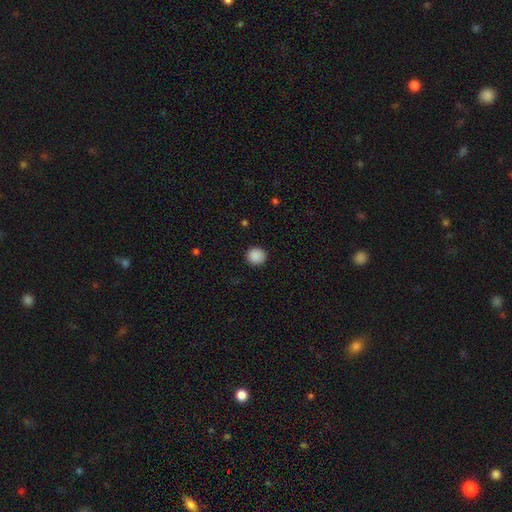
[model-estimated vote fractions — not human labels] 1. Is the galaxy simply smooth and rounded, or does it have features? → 89% smooth, 9% star or artifact, 2% featured or disk.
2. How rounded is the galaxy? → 92% round, 7% in between, 1% cigar-shaped.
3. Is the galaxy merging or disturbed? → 91% none, 5% minor disturbance, 2% major disturbance, 1% merger.